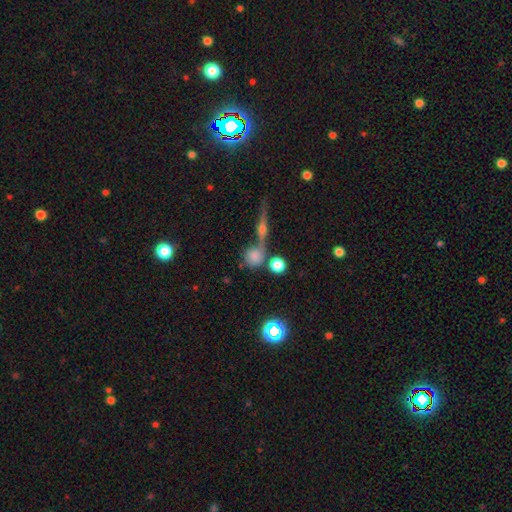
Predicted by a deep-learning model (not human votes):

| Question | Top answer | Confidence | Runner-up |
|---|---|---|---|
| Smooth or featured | smooth | 70% | featured or disk (16%) |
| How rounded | round | 86% | in between (10%) |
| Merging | none | 57% | merger (27%) |